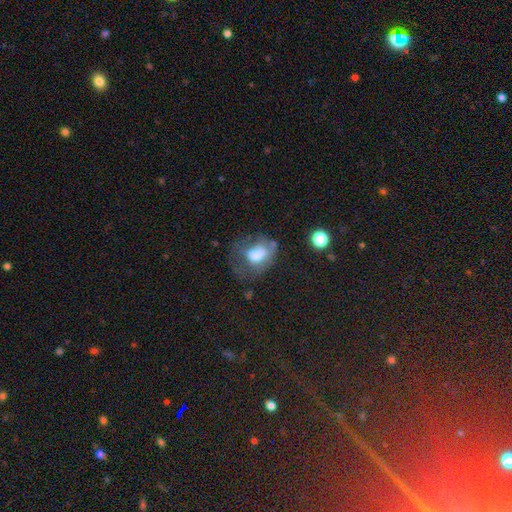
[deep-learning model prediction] smooth-or-featured: smooth: 56% | featured or disk: 33% | star or artifact: 11%
  how-rounded: in between: 60% | round: 39% | cigar-shaped: 1%
  merging: major disturbance: 39% | none: 28% | minor disturbance: 25% | merger: 8%